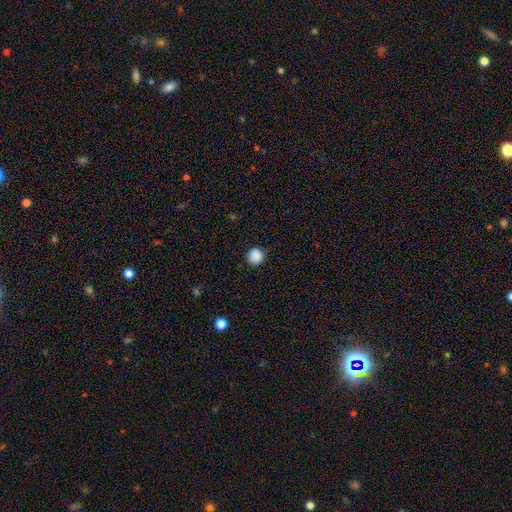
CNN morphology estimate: A smooth galaxy with no disk features (87%) that is round (90%).

Vote fractions:
- Smooth or featured? smooth: 87% / star or artifact: 10% / featured or disk: 3%
- How rounded? round: 90% / in between: 9% / cigar-shaped: 1%
- Merging? none: 83% / minor disturbance: 13% / major disturbance: 3% / merger: 1%